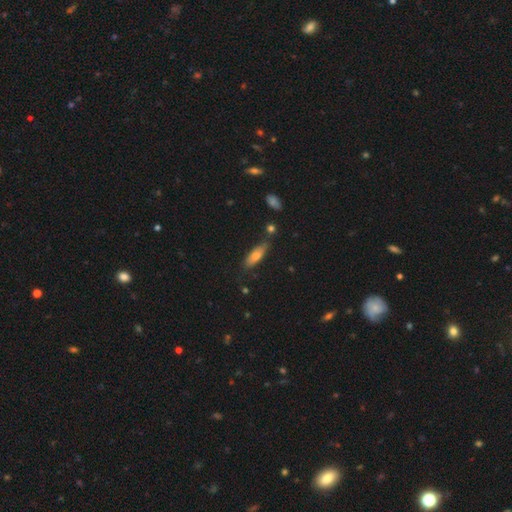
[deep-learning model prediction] A smooth galaxy with no disk features (70%) that is cigar-shaped (49%, tied with in between).

Vote fractions:
- Smooth or featured? smooth: 70% / featured or disk: 22% / star or artifact: 8%
- How rounded? cigar-shaped: 49% (tied) / in between: 49% (tied) / round: 2%
- Merging? none: 72% / minor disturbance: 19% / merger: 5% / major disturbance: 4%